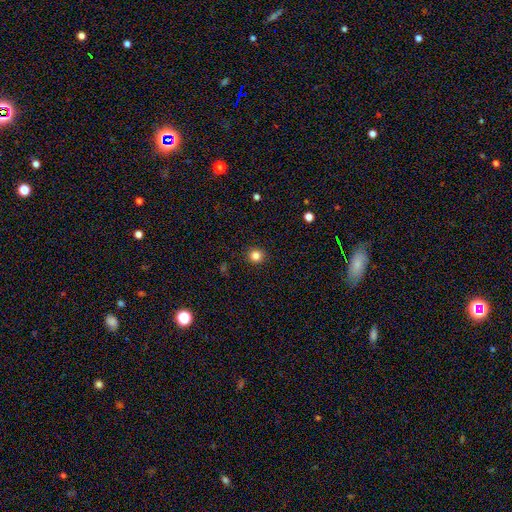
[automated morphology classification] Overall: smooth (83%). How rounded: round (93%). Merging: none (92%).